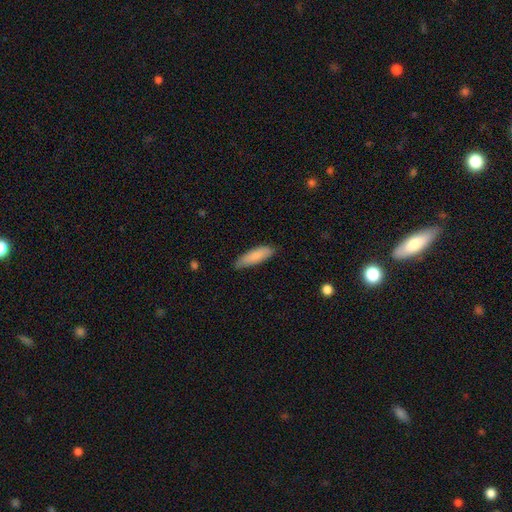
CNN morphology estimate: Smooth or featured?
  - smooth: 86% *
  - featured or disk: 9%
  - star or artifact: 6%
How rounded?
  - cigar-shaped: 57% *
  - in between: 42%
  - round: 1%
Merging?
  - none: 79% *
  - minor disturbance: 17%
  - major disturbance: 2%
  - merger: 1%